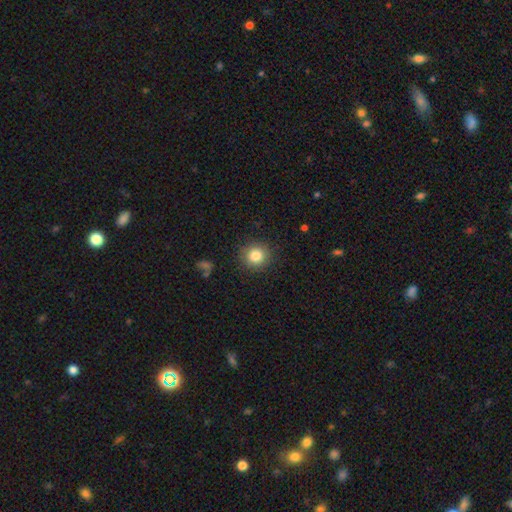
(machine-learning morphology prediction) Q: Smooth or featured?
A: smooth (83%); runner-up: star or artifact (10%)
Q: How rounded?
A: round (92%); runner-up: in between (7%)
Q: Merging?
A: none (89%); runner-up: minor disturbance (8%)